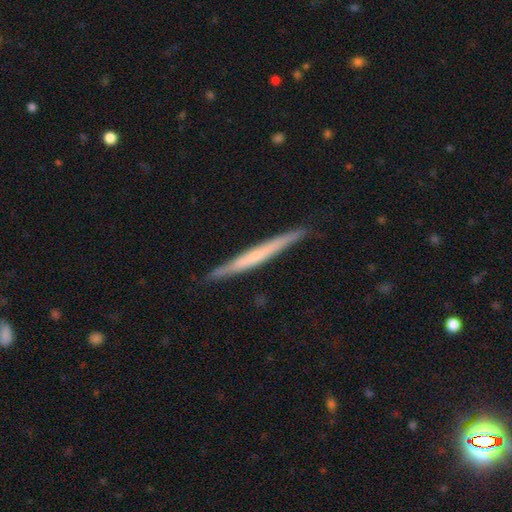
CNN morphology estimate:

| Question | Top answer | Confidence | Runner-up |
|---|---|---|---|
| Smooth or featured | featured or disk | 52% | smooth (42%) |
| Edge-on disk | yes | 97% | no (3%) |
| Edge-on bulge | none | 73% | rounded (20%) |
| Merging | none | 88% | minor disturbance (9%) |